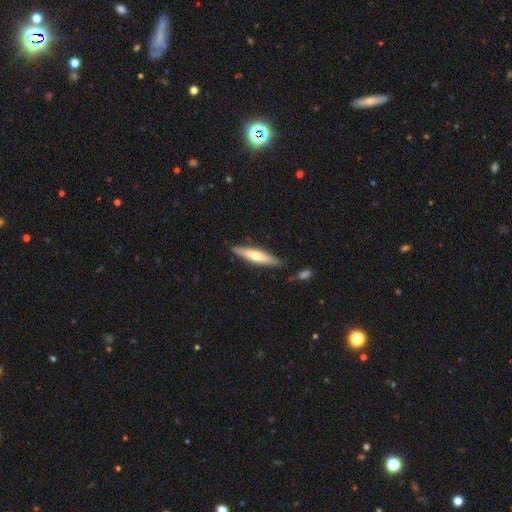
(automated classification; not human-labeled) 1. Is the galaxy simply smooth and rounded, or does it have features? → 54% smooth, 41% featured or disk, 5% star or artifact.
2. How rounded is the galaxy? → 85% cigar-shaped, 13% in between, 1% round.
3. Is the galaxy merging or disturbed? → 84% none, 11% minor disturbance, 3% merger, 2% major disturbance.